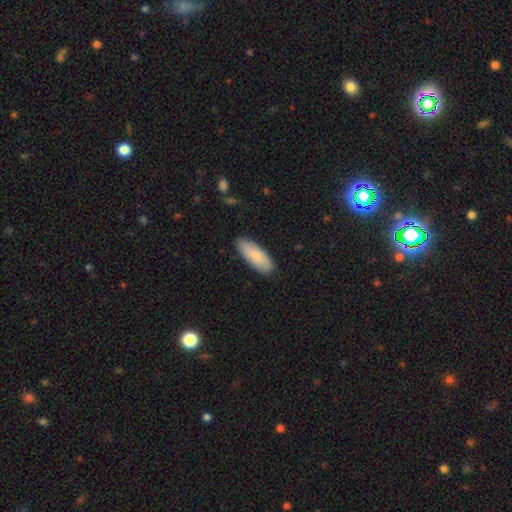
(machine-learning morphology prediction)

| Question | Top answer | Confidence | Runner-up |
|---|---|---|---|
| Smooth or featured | smooth | 85% | featured or disk (10%) |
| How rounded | in between | 72% | cigar-shaped (27%) |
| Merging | none | 87% | minor disturbance (10%) |